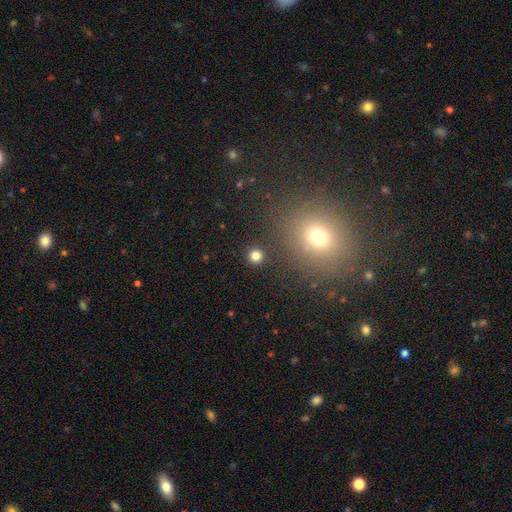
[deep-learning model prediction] The model was most divided on "smooth or featured": smooth: 81%, star or artifact: 15%, featured or disk: 5%. More confident: how rounded — round (93%); merging — none (90%).